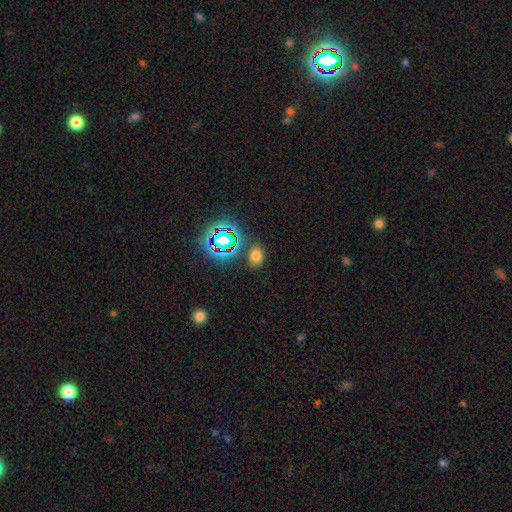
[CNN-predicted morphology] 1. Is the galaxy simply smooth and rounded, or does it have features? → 66% smooth, 28% star or artifact, 7% featured or disk.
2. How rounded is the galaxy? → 65% in between, 33% round, 1% cigar-shaped.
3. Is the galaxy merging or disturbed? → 82% none, 10% minor disturbance, 5% merger, 3% major disturbance.